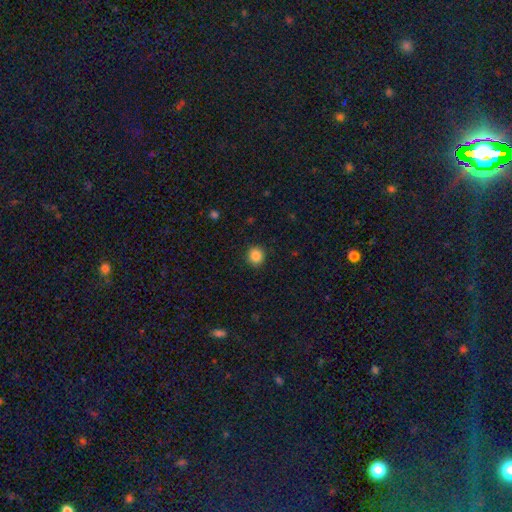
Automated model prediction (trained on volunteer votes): A smooth galaxy with no disk features (87%) that is round (88%). Merging: none (91%).